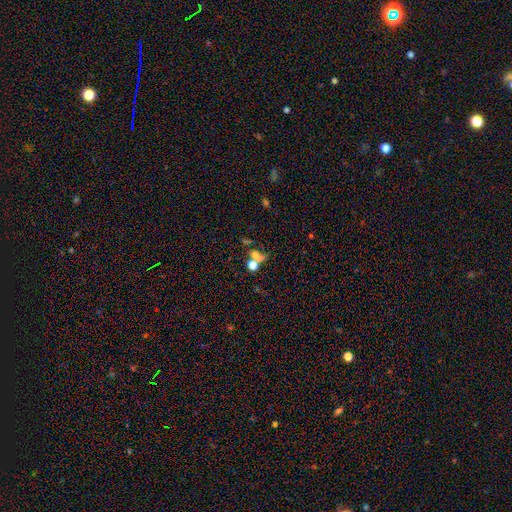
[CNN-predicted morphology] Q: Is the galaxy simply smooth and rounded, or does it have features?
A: smooth — 54%.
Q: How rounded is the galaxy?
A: round — 67%.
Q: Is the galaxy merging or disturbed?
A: merger — 48%.